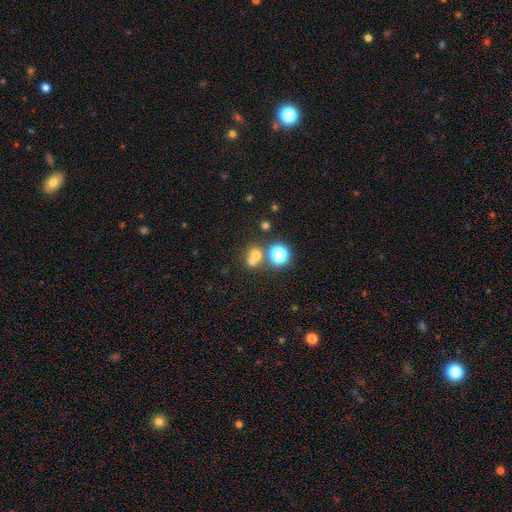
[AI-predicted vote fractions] Smooth or featured?
  - smooth: 62% *
  - star or artifact: 24%
  - featured or disk: 14%
How rounded?
  - round: 82% *
  - in between: 17%
  - cigar-shaped: 1%
Merging?
  - none: 45% * (tied)
  - merger: 45% * (tied)
  - minor disturbance: 6%
  - major disturbance: 3%